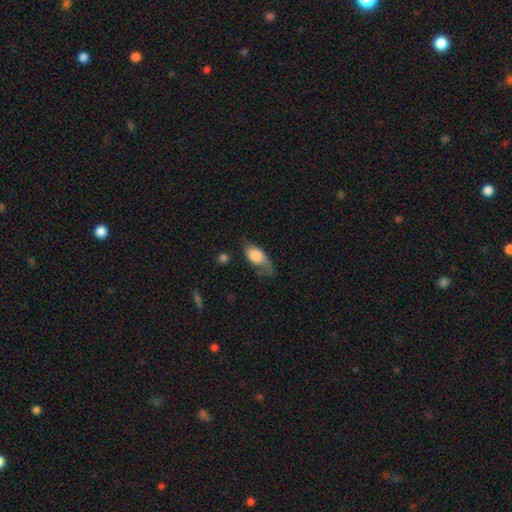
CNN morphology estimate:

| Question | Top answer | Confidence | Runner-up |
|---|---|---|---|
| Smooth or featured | smooth | 73% | featured or disk (20%) |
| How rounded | in between | 87% | cigar-shaped (7%) |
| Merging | minor disturbance | 34% | none (33%) |